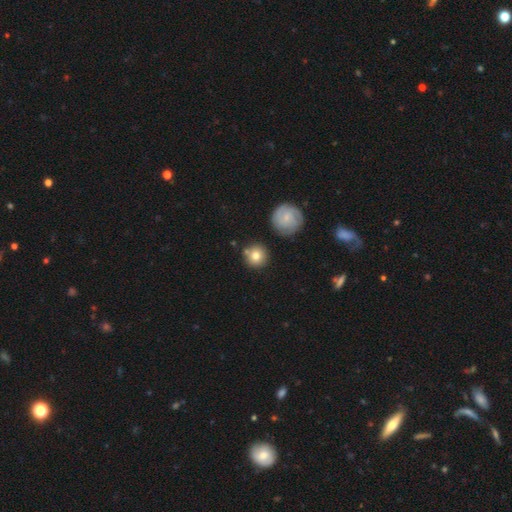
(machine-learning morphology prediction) smooth_or_featured: smooth (p=0.75) [alt: featured or disk p=0.17]
how_rounded: round (p=0.94) [alt: in between p=0.05]
merging: none (p=0.79) [alt: minor disturbance p=0.10]